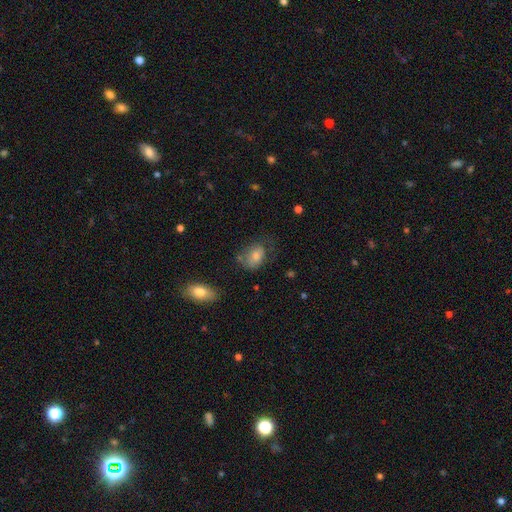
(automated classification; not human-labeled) smooth_or_featured: smooth (p=0.65) [alt: featured or disk p=0.23]
how_rounded: in between (p=0.77) [alt: round p=0.21]
merging: none (p=0.54) [alt: minor disturbance p=0.26]